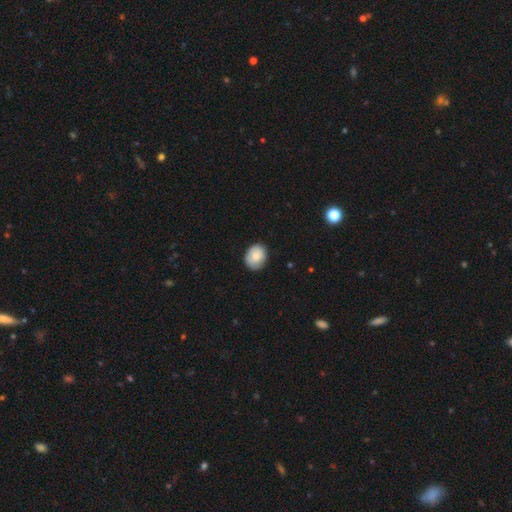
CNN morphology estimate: A smooth galaxy with no disk features (81%) that is round (52%).

Vote fractions:
- Smooth or featured? smooth: 81% / featured or disk: 12% / star or artifact: 7%
- How rounded? round: 52% / in between: 47% / cigar-shaped: 1%
- Merging? none: 81% / minor disturbance: 16% / major disturbance: 3% / merger: 1%